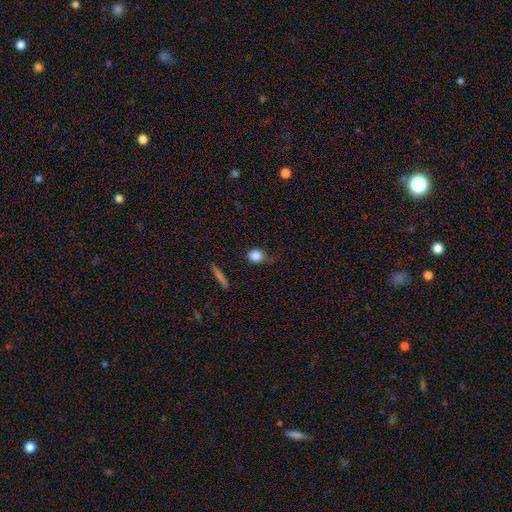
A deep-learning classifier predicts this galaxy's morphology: A smooth galaxy with no disk features (84%) that is round (70%).

Vote fractions:
- Smooth or featured? smooth: 84% / star or artifact: 10% / featured or disk: 6%
- How rounded? round: 70% / in between: 27% / cigar-shaped: 3%
- Merging? none: 66% / minor disturbance: 24% / major disturbance: 7% / merger: 3%